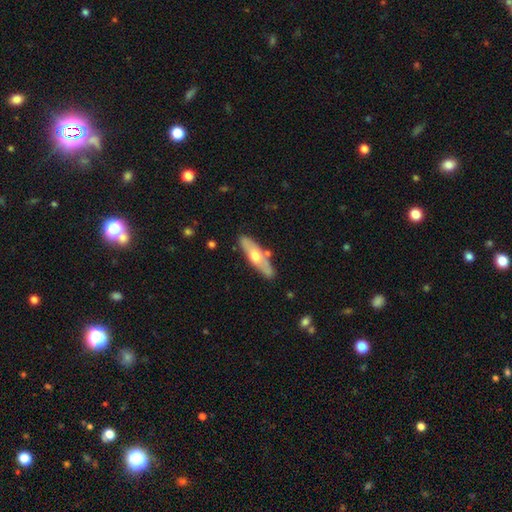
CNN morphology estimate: Smooth or featured?
  - featured or disk: 51% *
  - smooth: 44%
  - star or artifact: 5%
Edge-on disk?
  - yes: 68% *
  - no: 32%
Merging?
  - none: 80% *
  - minor disturbance: 13%
  - merger: 4%
  - major disturbance: 3%